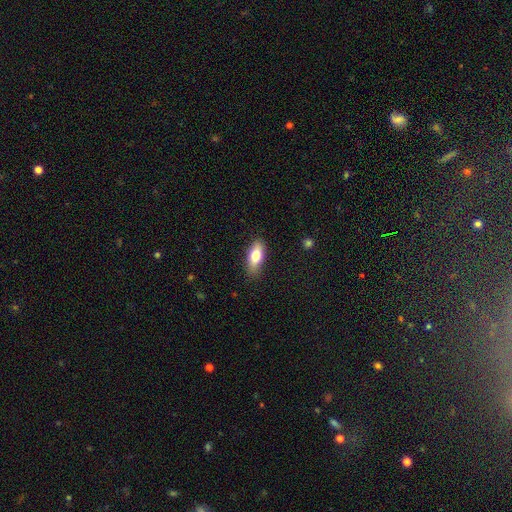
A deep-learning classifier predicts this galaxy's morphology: Q: Smooth or featured?
A: smooth (73%); runner-up: featured or disk (20%)
Q: How rounded?
A: in between (78%); runner-up: cigar-shaped (18%)
Q: Merging?
A: none (84%); runner-up: minor disturbance (12%)